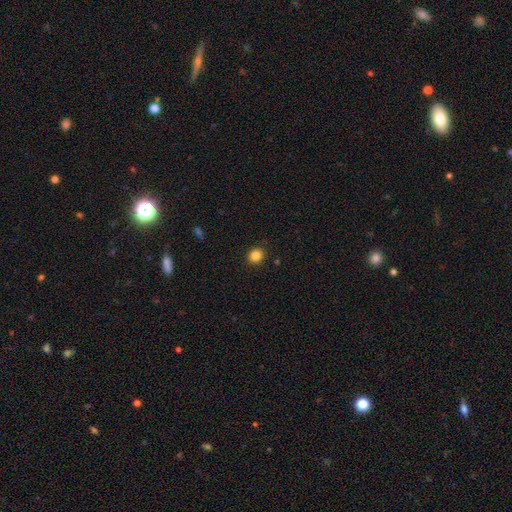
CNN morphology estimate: Smooth or featured?
  - smooth: 85% *
  - star or artifact: 11%
  - featured or disk: 4%
How rounded?
  - round: 79% *
  - in between: 20%
  - cigar-shaped: 1%
Merging?
  - none: 90% *
  - minor disturbance: 7%
  - major disturbance: 2%
  - merger: 1%